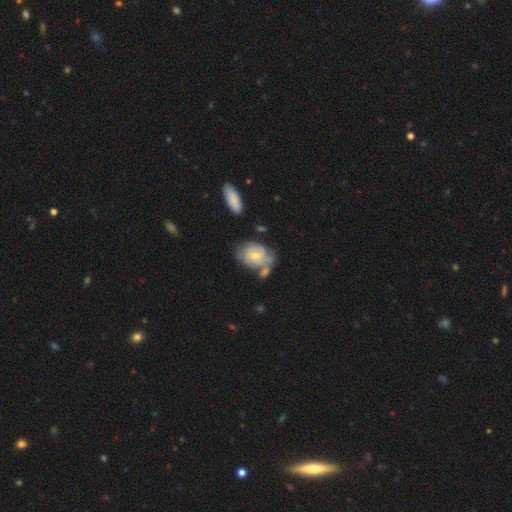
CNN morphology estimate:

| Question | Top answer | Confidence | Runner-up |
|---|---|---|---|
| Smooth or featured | featured or disk | 65% | smooth (29%) |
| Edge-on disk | no | 96% | yes (4%) |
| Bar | no | 72% | weak (24%) |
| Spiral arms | yes | 83% | no (17%) |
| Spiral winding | tight | 62% | medium (29%) |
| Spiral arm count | can't tell | 42% | 2 (31%) |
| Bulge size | small | 52% | moderate (44%) |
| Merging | none | 45% | minor disturbance (24%) |